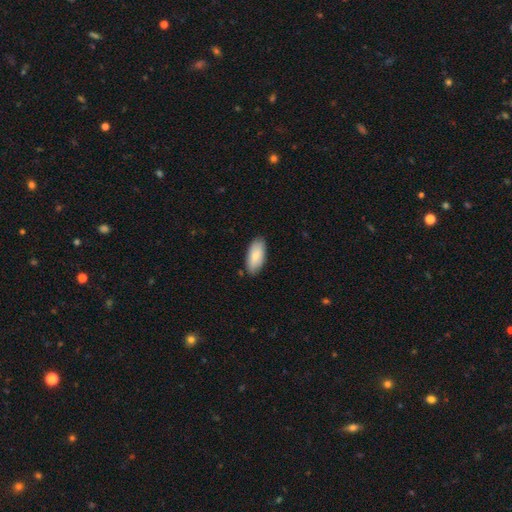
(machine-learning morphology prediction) This appears to be a smooth galaxy with no disk features (81%) that is in between round and cigar-shaped (89%). Merging: none (84%).